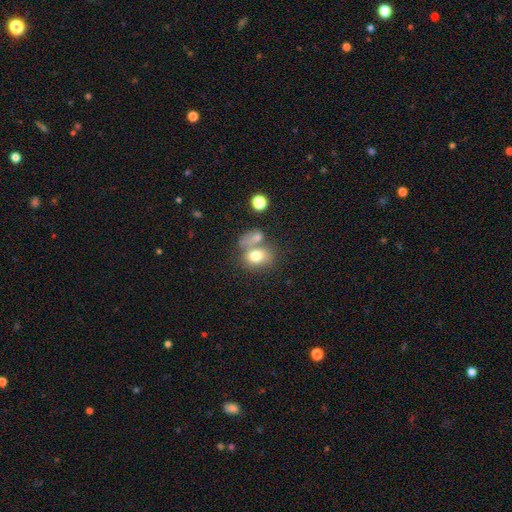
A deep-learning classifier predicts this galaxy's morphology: A smooth galaxy with no disk features (75%) that is in between round and cigar-shaped (63%).

Vote fractions:
- Smooth or featured? smooth: 75% / featured or disk: 15% / star or artifact: 10%
- How rounded? in between: 63% / round: 36% / cigar-shaped: 1%
- Merging? merger: 42% / none: 36% / minor disturbance: 13% / major disturbance: 9%